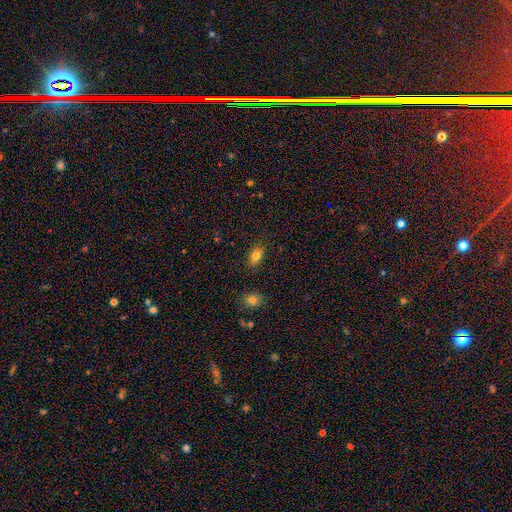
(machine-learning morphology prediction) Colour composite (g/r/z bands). It shows a smooth galaxy with no disk features (80%) that is in between round and cigar-shaped (85%). Merging: none (85%).